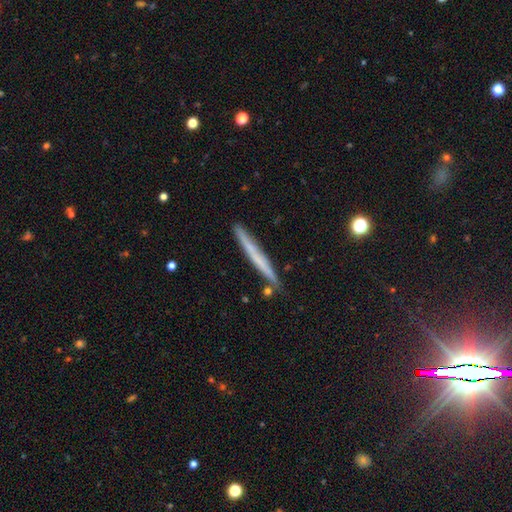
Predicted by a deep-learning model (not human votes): Morphology: type=smooth (49%); merging=none (86%).